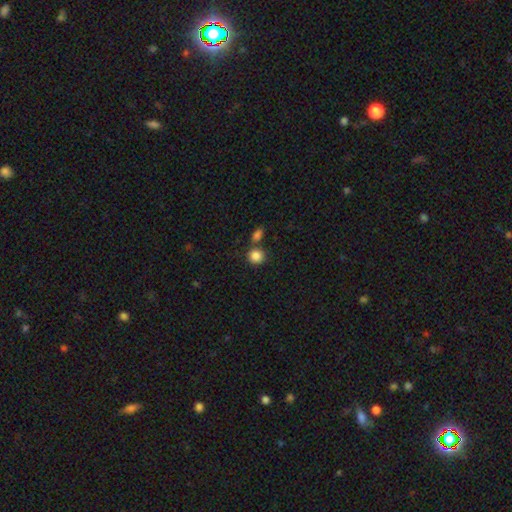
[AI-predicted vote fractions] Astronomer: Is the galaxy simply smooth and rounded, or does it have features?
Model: smooth — 86%.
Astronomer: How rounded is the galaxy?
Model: round — 85%.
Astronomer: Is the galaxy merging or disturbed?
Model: none — 66%.